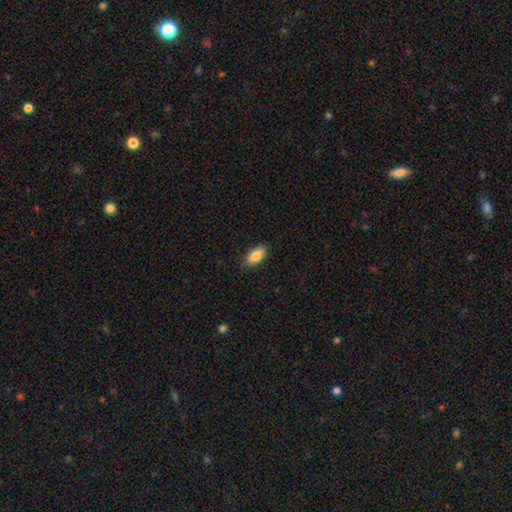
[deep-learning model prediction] smooth-or-featured: smooth: 87% | star or artifact: 7% | featured or disk: 6%
  how-rounded: in between: 91% | cigar-shaped: 6% | round: 3%
  merging: none: 86% | minor disturbance: 11% | major disturbance: 2% | merger: 1%